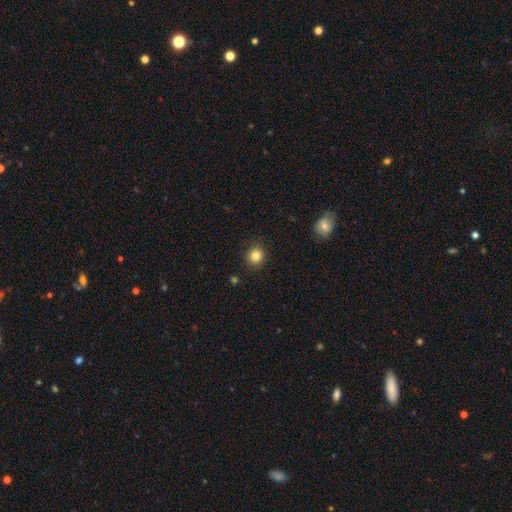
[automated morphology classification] Smooth or featured: smooth — 84% (star or artifact — 11%)
How rounded: round — 85% (in between — 14%)
Merging: none — 88% (minor disturbance — 8%)